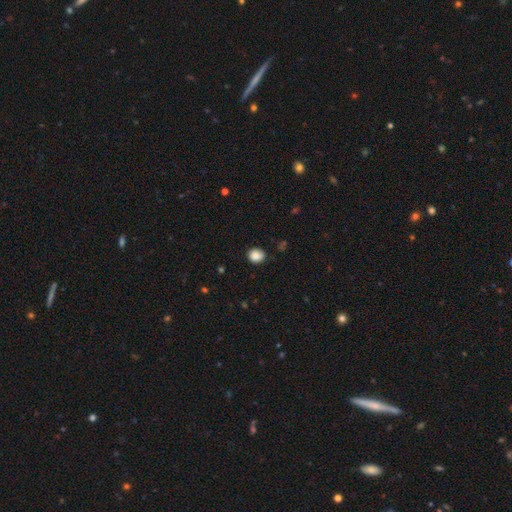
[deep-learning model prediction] This appears to be a smooth galaxy with no disk features (87%) that is round (67%). Merging: none (82%).